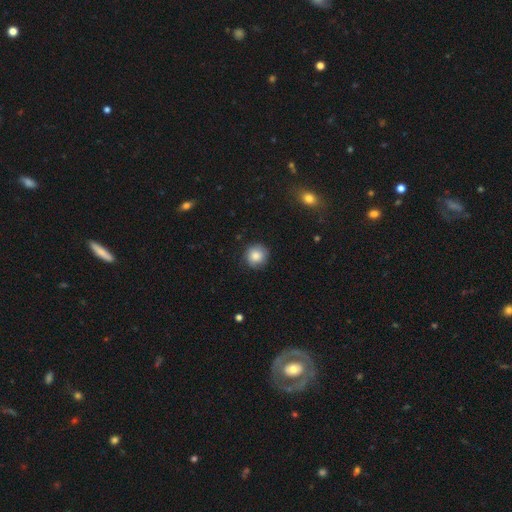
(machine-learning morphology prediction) Smooth or featured? smooth (82%)
How rounded? round (93%)
Merging? none (82%)